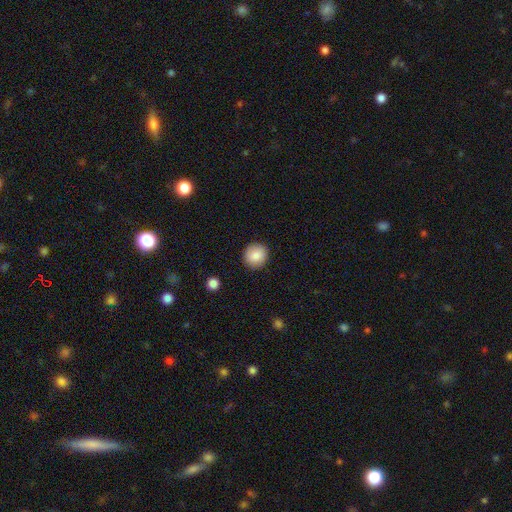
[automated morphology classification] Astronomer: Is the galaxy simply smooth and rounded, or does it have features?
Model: smooth — 87%.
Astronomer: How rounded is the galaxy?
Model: round — 91%.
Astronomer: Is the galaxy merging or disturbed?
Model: none — 90%.